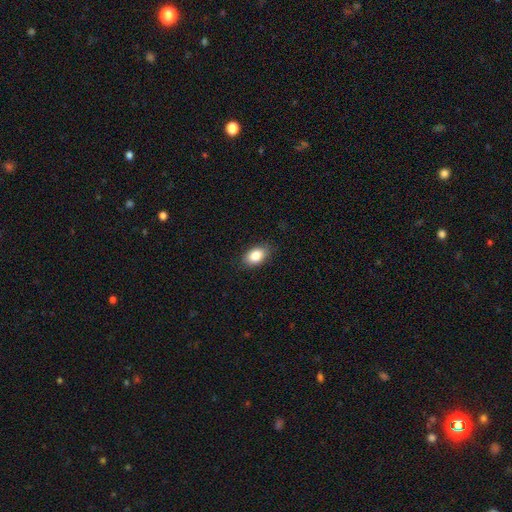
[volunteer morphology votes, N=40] Smooth or featured: smooth — 82% (star or artifact — 10%)
How rounded: in between — 82% (round — 15%)
Merging: none — 83% (minor disturbance — 11%)